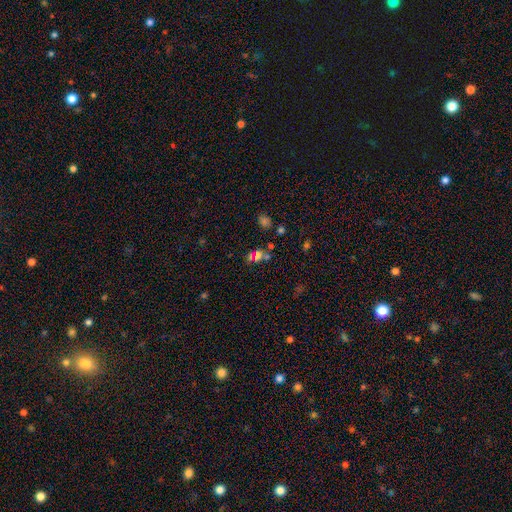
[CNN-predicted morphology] A smooth galaxy with no disk features (53%) that is round (49%).

Vote fractions:
- Smooth or featured? smooth: 53% / star or artifact: 32% / featured or disk: 15%
- How rounded? round: 49% / in between: 48% / cigar-shaped: 3%
- Merging? none: 55% / merger: 28% / minor disturbance: 11% / major disturbance: 6%